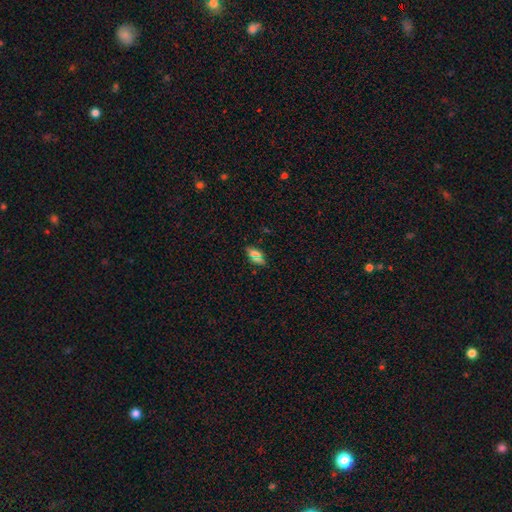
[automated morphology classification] Q: Smooth or featured?
A: smooth (67%); runner-up: star or artifact (23%)
Q: How rounded?
A: in between (85%); runner-up: cigar-shaped (9%)
Q: Merging?
A: none (84%); runner-up: minor disturbance (11%)